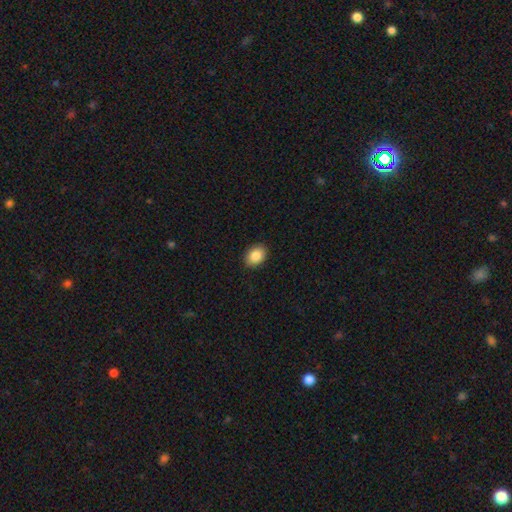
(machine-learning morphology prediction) Smooth or featured? Predicted: smooth (p=0.87). How rounded? Predicted: in between (p=0.71). Merging? Predicted: none (p=0.90).